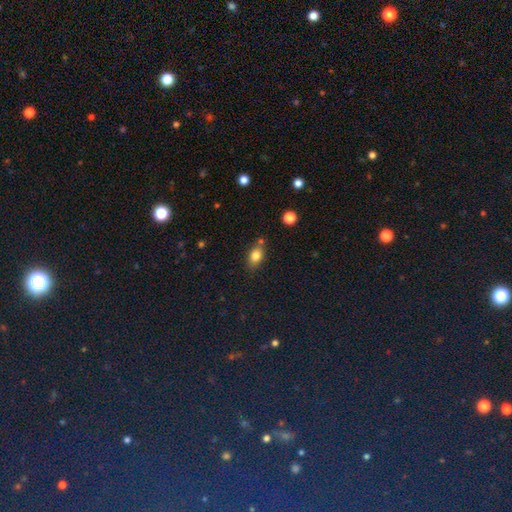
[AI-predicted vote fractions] Smooth or featured? Predicted: smooth (p=0.82). How rounded? Predicted: in between (p=0.78). Merging? Predicted: none (p=0.69).